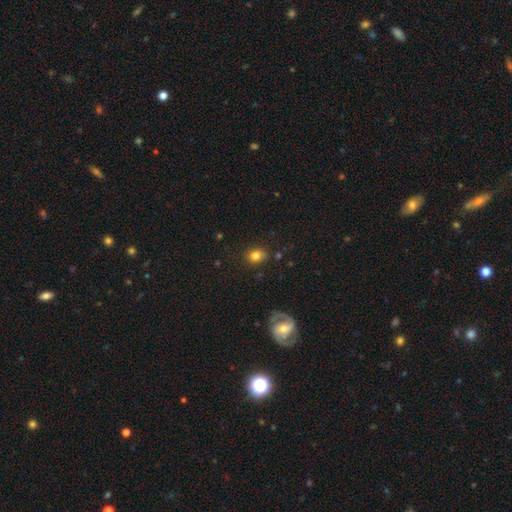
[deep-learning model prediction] Smooth or featured: smooth — 79% (star or artifact — 11%)
How rounded: round — 56% (in between — 43%)
Merging: none — 79% (minor disturbance — 14%)